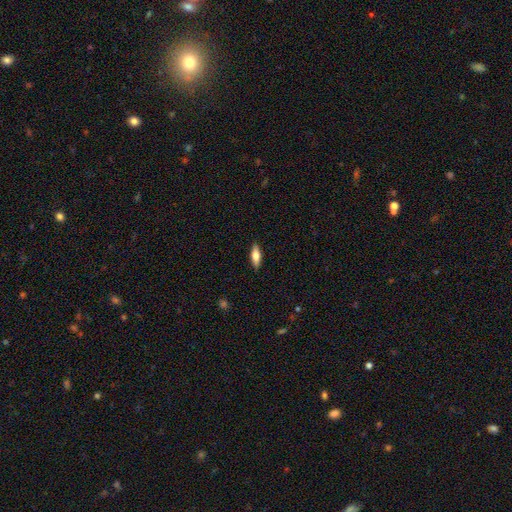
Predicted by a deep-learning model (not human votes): A smooth galaxy with no disk features (65%) that is in between round and cigar-shaped (60%).

Vote fractions:
- Smooth or featured? smooth: 65% / featured or disk: 29% / star or artifact: 6%
- How rounded? in between: 60% / cigar-shaped: 38% / round: 2%
- Merging? none: 89% / minor disturbance: 8% / major disturbance: 2% / merger: 1%